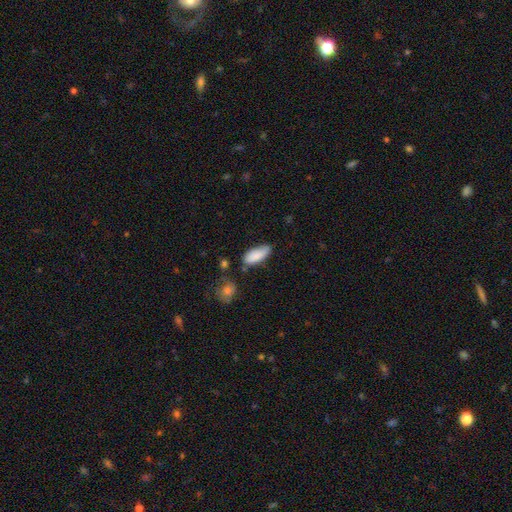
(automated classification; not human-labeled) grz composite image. It shows a smooth galaxy with no disk features (87%) that is in between round and cigar-shaped (84%). Merging: none (62%).